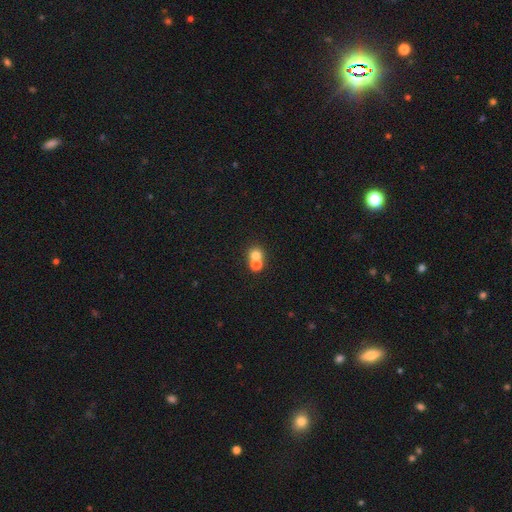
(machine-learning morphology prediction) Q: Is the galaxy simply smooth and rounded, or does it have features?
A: smooth — 74%.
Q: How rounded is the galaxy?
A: round — 83%.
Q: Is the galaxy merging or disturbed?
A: merger — 58%.